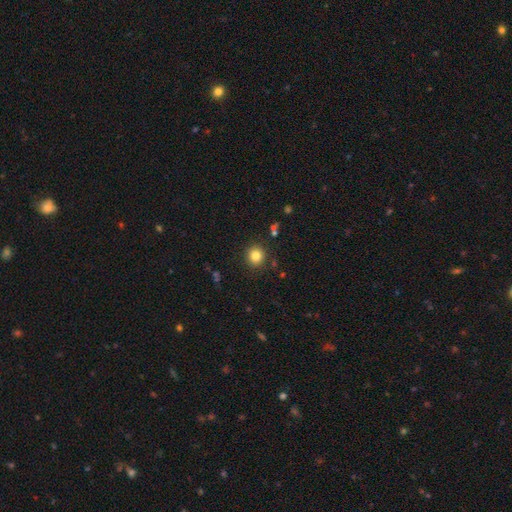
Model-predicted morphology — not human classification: Smooth or featured: smooth — 82% (star or artifact — 12%)
How rounded: round — 90% (in between — 9%)
Merging: none — 89% (minor disturbance — 7%)